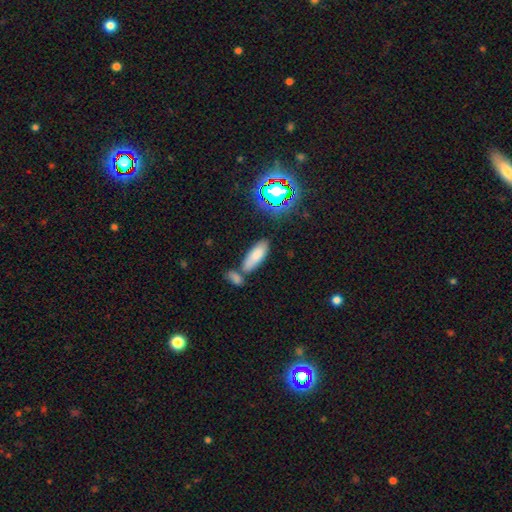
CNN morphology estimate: The model was most divided on "how rounded": in between: 66%, cigar-shaped: 31%, round: 3%. More confident: smooth or featured — smooth (79%); merging — none (60%).